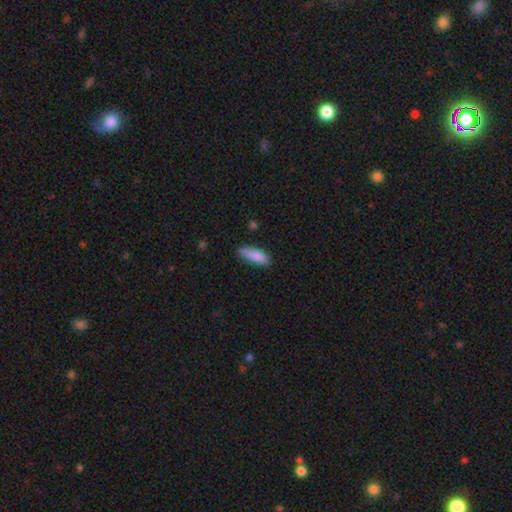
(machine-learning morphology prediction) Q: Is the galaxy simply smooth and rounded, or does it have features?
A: smooth — 86%.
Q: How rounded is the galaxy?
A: in between — 56%.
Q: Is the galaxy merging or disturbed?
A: none — 78%.